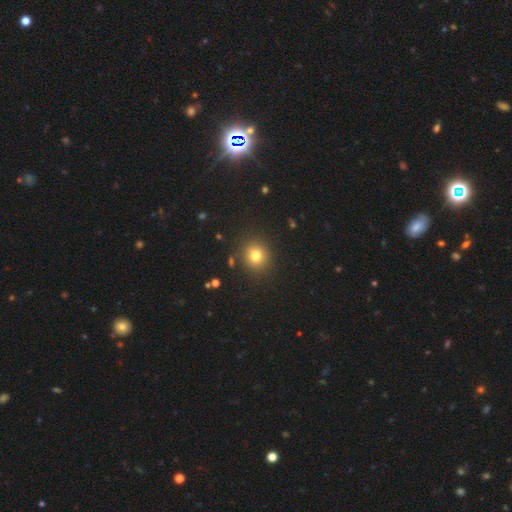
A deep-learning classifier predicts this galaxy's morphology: Smooth or featured: smooth — 78% (star or artifact — 15%)
How rounded: round — 86% (in between — 13%)
Merging: none — 88% (minor disturbance — 7%)